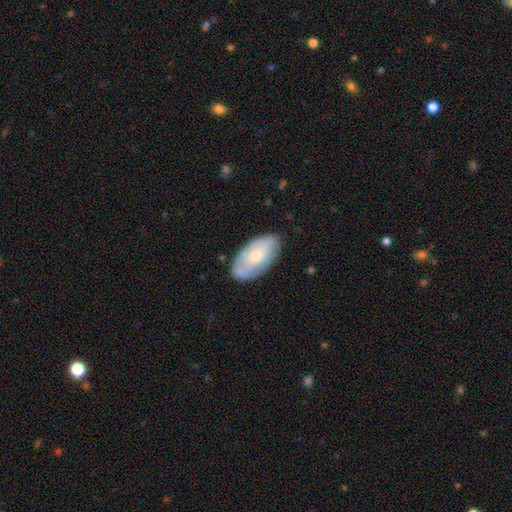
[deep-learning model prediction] Q: Smooth or featured?
A: smooth (56%); runner-up: featured or disk (38%)
Q: How rounded?
A: in between (94%); runner-up: round (3%)
Q: Merging?
A: none (74%); runner-up: minor disturbance (20%)